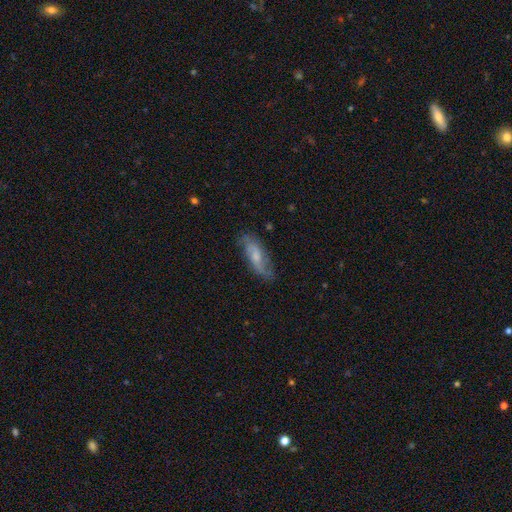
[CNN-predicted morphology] type=featured or disk (63%); edge-on=no (84%); bar=no (53%); spiral arms=yes (89%); bulge=moderate (47%); merging=none (73%).